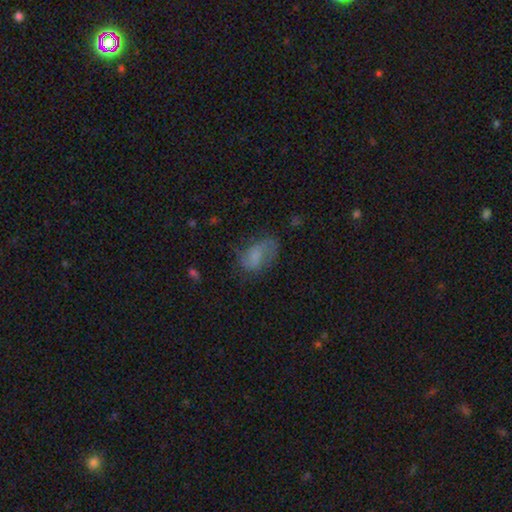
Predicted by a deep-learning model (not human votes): The model was most divided on "smooth or featured": smooth: 48%, featured or disk: 41%, star or artifact: 11%. Remaining: merging — none (50%).